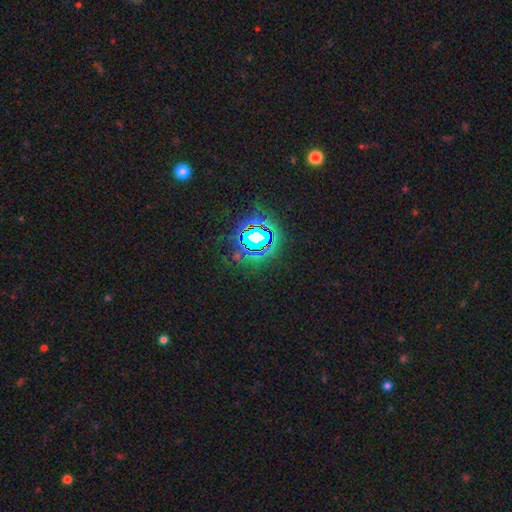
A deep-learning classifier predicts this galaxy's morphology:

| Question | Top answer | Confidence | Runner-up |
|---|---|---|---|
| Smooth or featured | star or artifact | 84% | smooth (10%) |